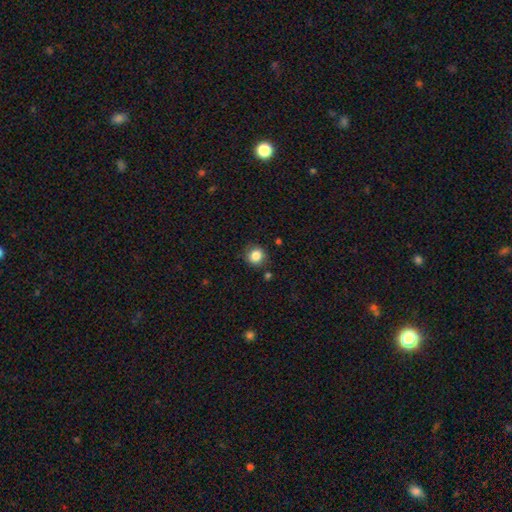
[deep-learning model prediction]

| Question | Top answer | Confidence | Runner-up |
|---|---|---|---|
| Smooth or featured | smooth | 85% | star or artifact (10%) |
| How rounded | round | 87% | in between (12%) |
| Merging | none | 85% | minor disturbance (10%) |